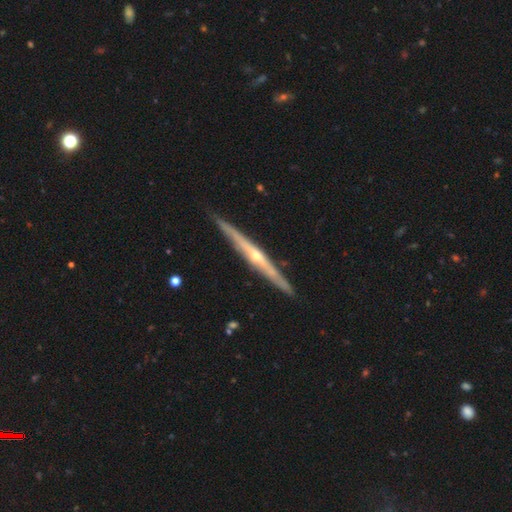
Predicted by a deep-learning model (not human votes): The model was most divided on "edge-on bulge": rounded: 79%, none: 15%, boxy: 6%. More confident: edge-on disk — yes (98%); merging — none (91%); smooth or featured — featured or disk (85%).